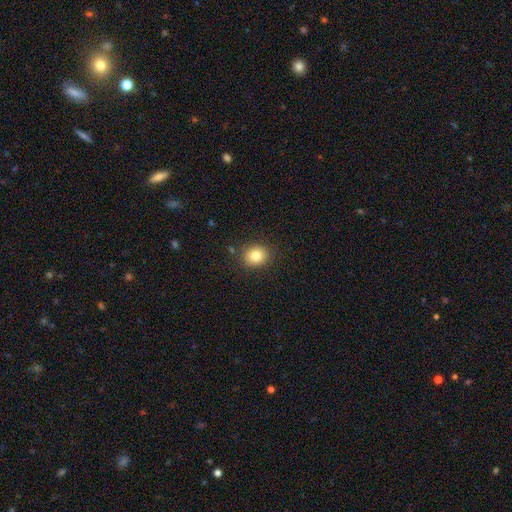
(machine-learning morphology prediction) Smooth or featured? Predicted: smooth (p=0.83). How rounded? Predicted: round (p=0.67). Merging? Predicted: none (p=0.87).